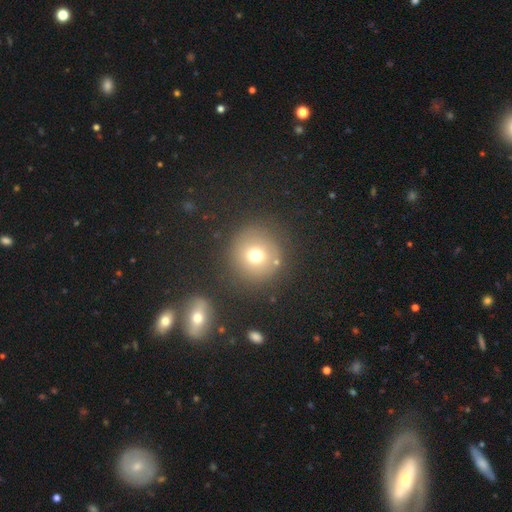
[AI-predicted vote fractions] smooth_or_featured: smooth (p=0.70) [alt: star or artifact p=0.17]
how_rounded: round (p=0.93) [alt: in between p=0.06]
merging: none (p=0.81) [alt: minor disturbance p=0.09]